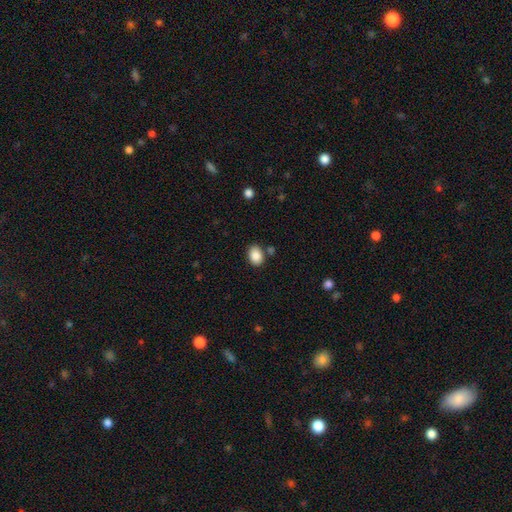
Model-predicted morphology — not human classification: Q: Smooth or featured?
A: smooth (87%); runner-up: star or artifact (8%)
Q: How rounded?
A: in between (72%); runner-up: round (27%)
Q: Merging?
A: none (79%); runner-up: minor disturbance (11%)